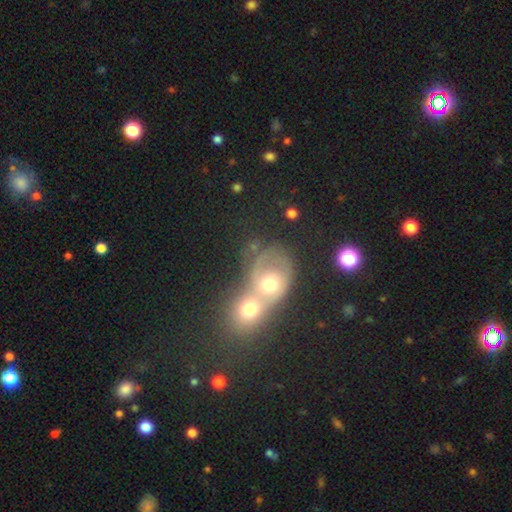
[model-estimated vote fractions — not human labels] smooth_or_featured: smooth (p=0.41) [alt: featured or disk p=0.40]
merging: merger (p=0.71) [alt: none p=0.18]